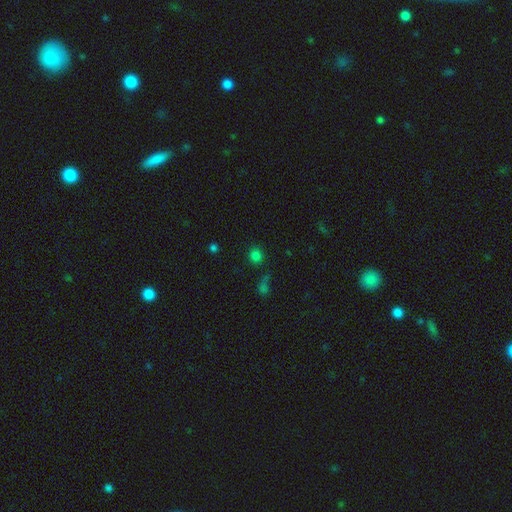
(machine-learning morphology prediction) A smooth galaxy with no disk features (75%) that is round (85%).

Vote fractions:
- Smooth or featured? smooth: 75% / star or artifact: 20% / featured or disk: 4%
- How rounded? round: 85% / in between: 13% / cigar-shaped: 1%
- Merging? none: 79% / minor disturbance: 9% / merger: 7% / major disturbance: 5%